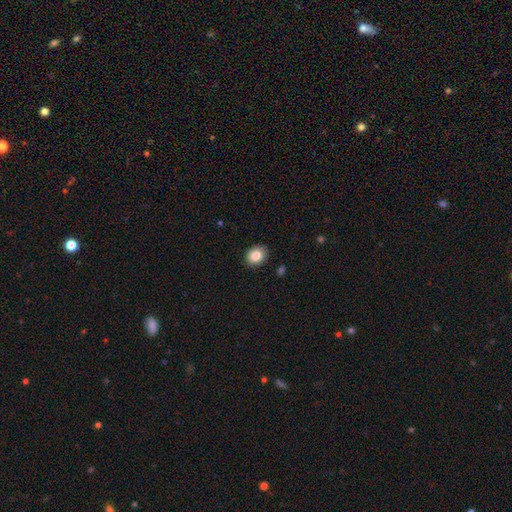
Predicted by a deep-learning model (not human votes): Smooth or featured: smooth — 87% (star or artifact — 8%)
How rounded: round — 51% (in between — 48%)
Merging: none — 87% (minor disturbance — 10%)